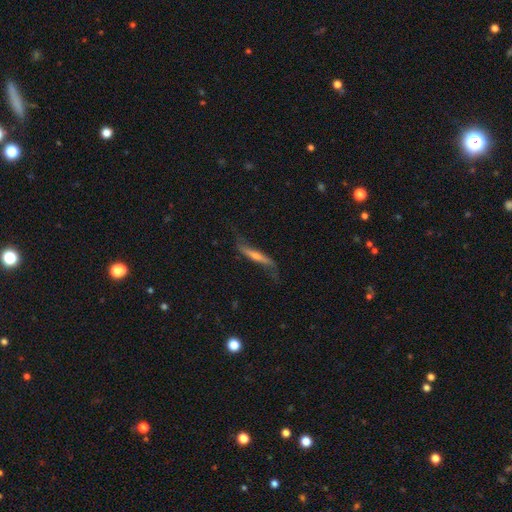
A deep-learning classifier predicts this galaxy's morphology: Smooth or featured: featured or disk — 68% (smooth — 25%)
Edge-on disk: yes — 68% (no — 32%)
Merging: none — 61% (minor disturbance — 24%)